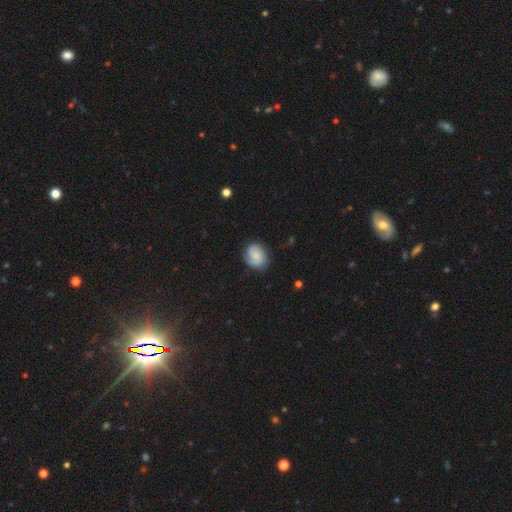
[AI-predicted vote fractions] Smooth or featured? Predicted: featured or disk (p=0.49). Merging? Predicted: none (p=0.72).